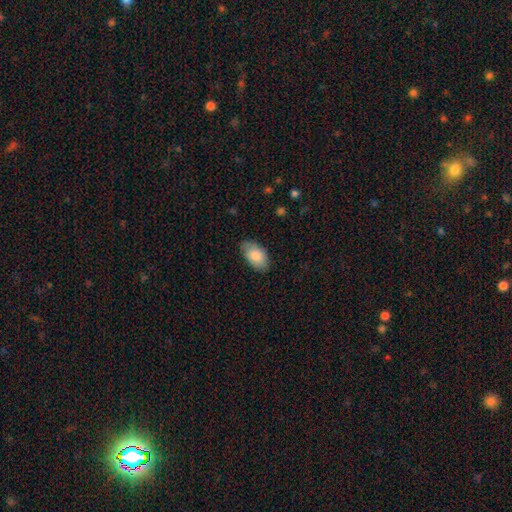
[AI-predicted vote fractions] A smooth galaxy with no disk features (84%) that is in between round and cigar-shaped (94%). Merging: none (76%).